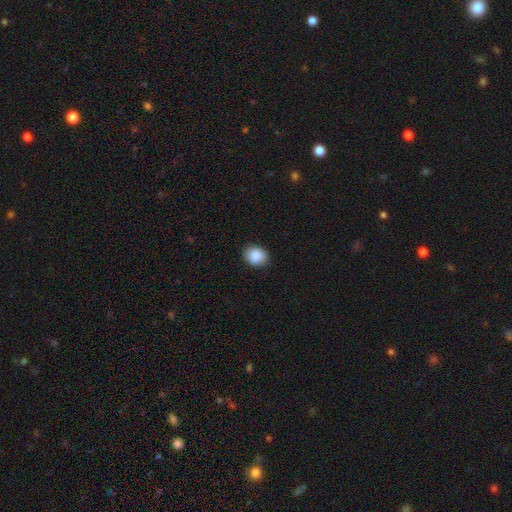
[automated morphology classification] Smooth or featured? Predicted: smooth (p=0.89). How rounded? Predicted: round (p=0.51). Merging? Predicted: none (p=0.87).